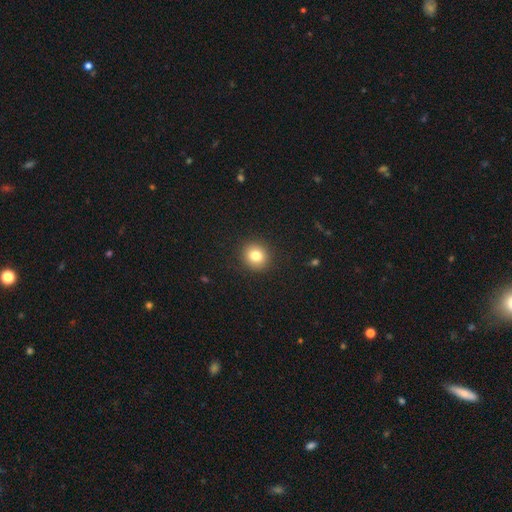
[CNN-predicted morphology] A smooth galaxy with no disk features (80%) that is round (86%). Merging: none (91%).